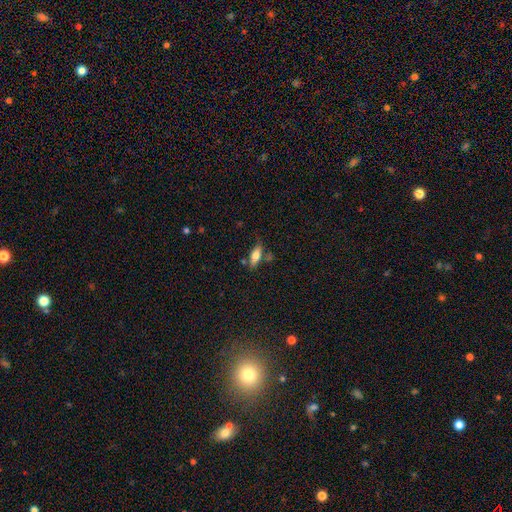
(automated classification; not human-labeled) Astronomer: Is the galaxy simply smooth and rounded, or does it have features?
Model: smooth — 67%.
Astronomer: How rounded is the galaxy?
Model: in between — 68%.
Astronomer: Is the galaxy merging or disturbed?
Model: none — 68%.